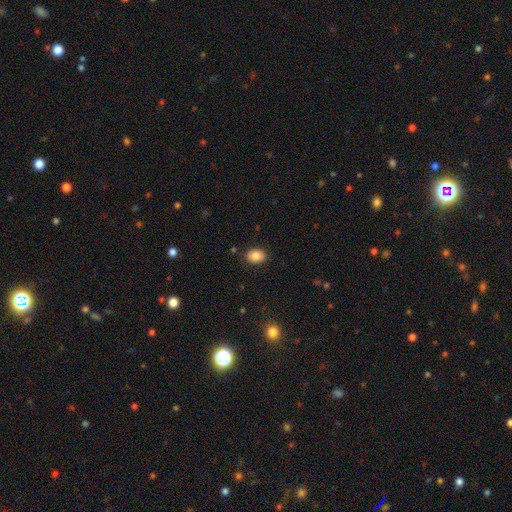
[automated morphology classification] Smooth or featured?
  - smooth: 84% *
  - star or artifact: 9%
  - featured or disk: 7%
How rounded?
  - in between: 69% *
  - round: 30%
  - cigar-shaped: 1%
Merging?
  - none: 85% *
  - minor disturbance: 11%
  - major disturbance: 2%
  - merger: 2%